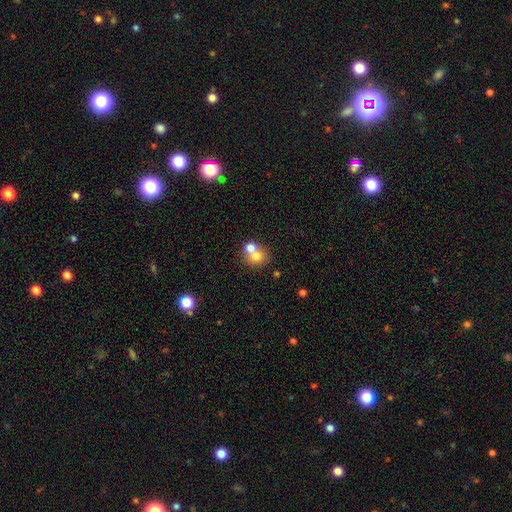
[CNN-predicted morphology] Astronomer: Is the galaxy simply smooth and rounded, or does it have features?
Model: smooth — 70%.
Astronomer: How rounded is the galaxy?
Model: round — 75%.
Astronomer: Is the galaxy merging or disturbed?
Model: merger — 54% (runner-up: none, 36%).